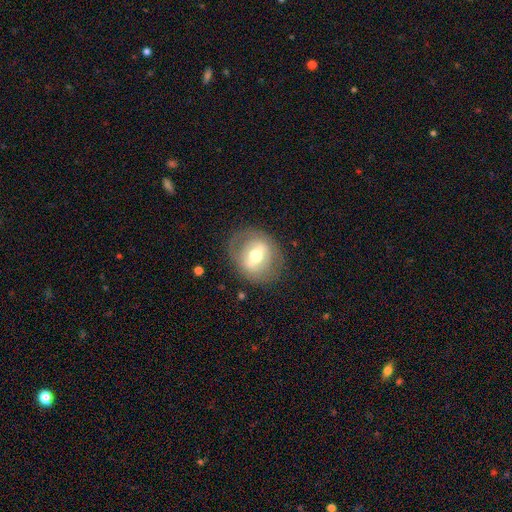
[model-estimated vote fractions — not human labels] The model was most divided on "bar": strong: 46%, weak: 34%, no: 20%. More confident: edge-on disk — no (91%); merging — none (78%); spiral arms — no (74%); bulge size — moderate (67%); smooth or featured — featured or disk (55%).